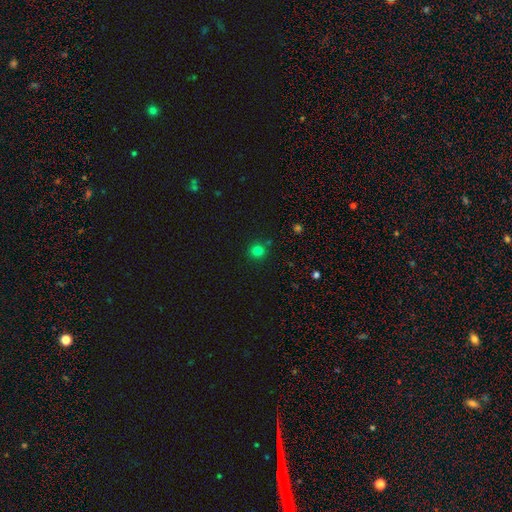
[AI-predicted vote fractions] Smooth or featured? smooth (78%)
How rounded? round (92%)
Merging? none (87%)